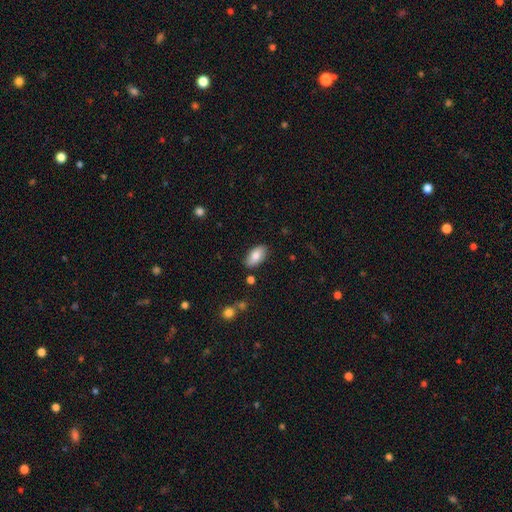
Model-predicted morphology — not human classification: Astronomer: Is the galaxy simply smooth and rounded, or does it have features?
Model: smooth — 82%.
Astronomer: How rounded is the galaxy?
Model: in between — 94%.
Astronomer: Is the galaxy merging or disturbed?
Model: none — 85%.